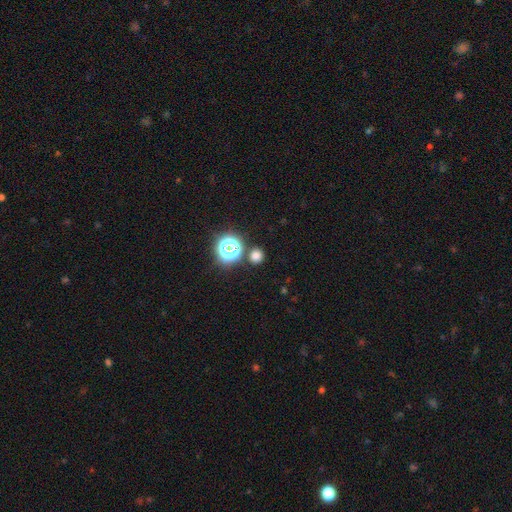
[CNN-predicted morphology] Smooth or featured? Predicted: smooth (p=0.71). How rounded? Predicted: round (p=0.90). Merging? Predicted: none (p=0.84).